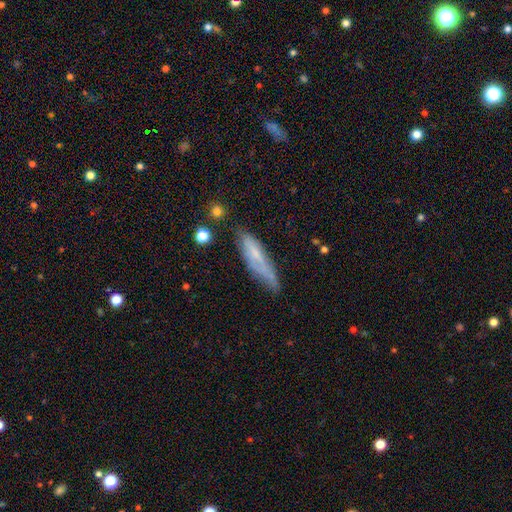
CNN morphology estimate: The model was most divided on "smooth or featured": smooth: 52%, featured or disk: 39%, star or artifact: 9%. More confident: how rounded — cigar-shaped (77%); merging — none (59%).